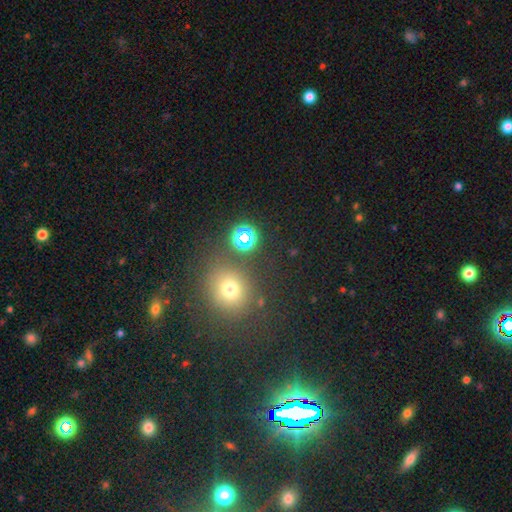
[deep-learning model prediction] Smooth or featured? smooth (48%)
Merging? none (82%)